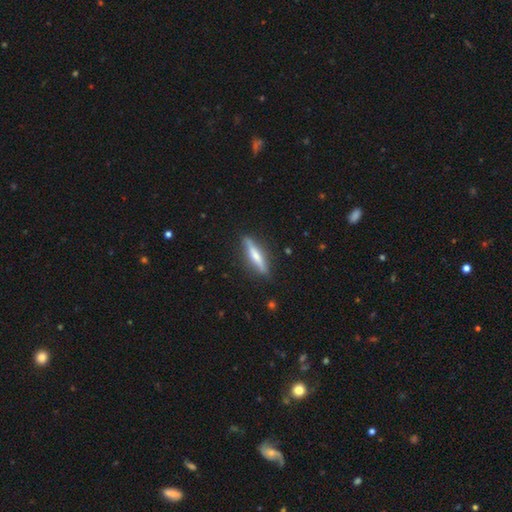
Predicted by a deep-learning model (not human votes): This is possibly a featured or disk galaxy (47%, tied with smooth). Merging: clearly none (89%).